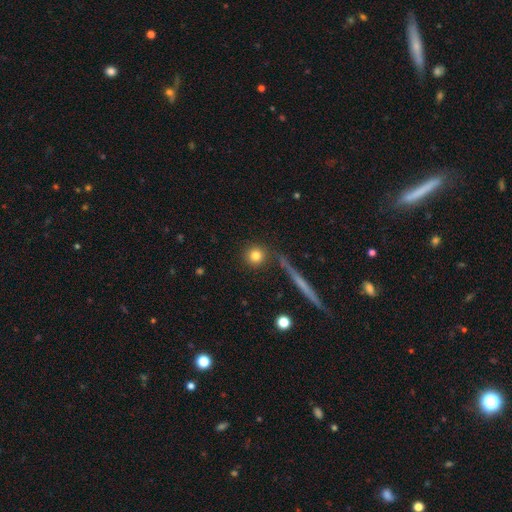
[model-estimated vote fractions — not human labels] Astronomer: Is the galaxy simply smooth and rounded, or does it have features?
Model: smooth — 81%.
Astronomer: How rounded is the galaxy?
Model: round — 94%.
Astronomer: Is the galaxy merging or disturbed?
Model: none — 84%.